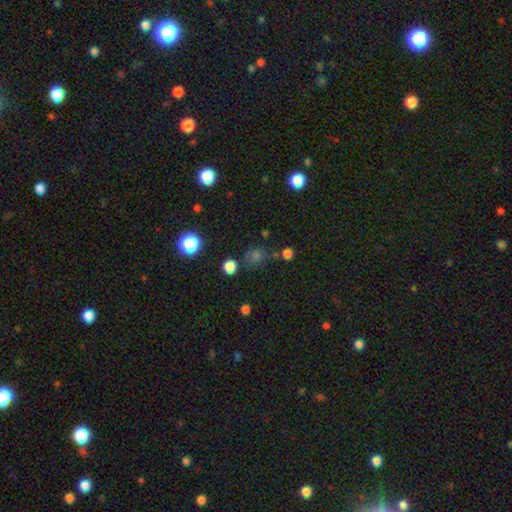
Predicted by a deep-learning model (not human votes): Smooth or featured: smooth — 55% (star or artifact — 36%)
How rounded: round — 81% (in between — 18%)
Merging: none — 74% (minor disturbance — 12%)